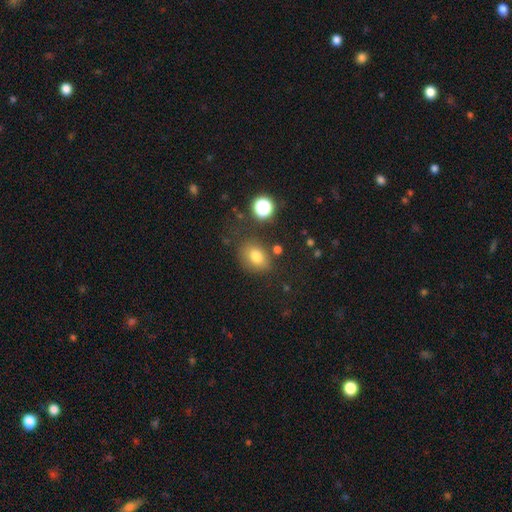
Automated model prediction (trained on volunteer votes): smooth-or-featured: smooth: 77% | star or artifact: 14% | featured or disk: 9%
  how-rounded: in between: 60% | round: 39% | cigar-shaped: 1%
  merging: none: 73% | minor disturbance: 16% | major disturbance: 6% | merger: 5%